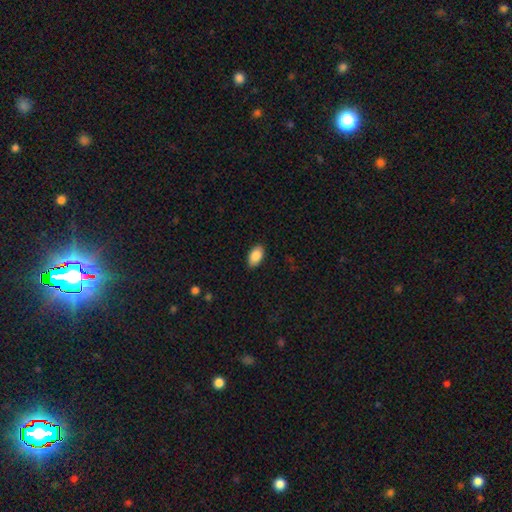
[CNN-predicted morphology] type=smooth (88%); roundness=in between (94%); merging=none (88%).